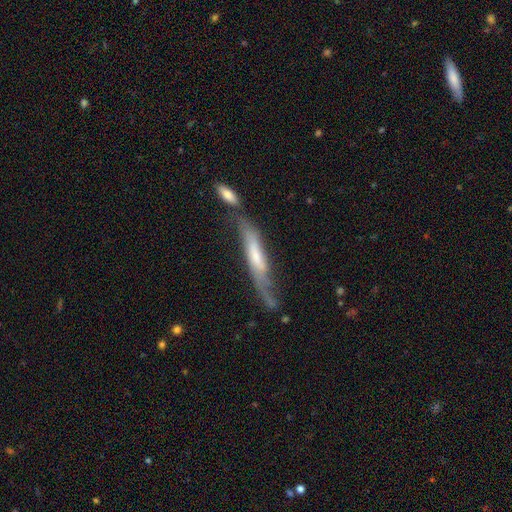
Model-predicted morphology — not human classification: featured or disk 56%, smooth 38%, star or artifact 6%. Down the decision tree: edge-on disk — yes (60%); merging — none (36%).